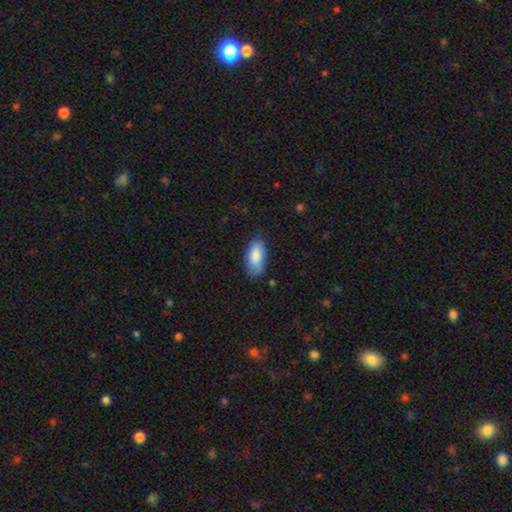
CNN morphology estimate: A smooth galaxy with no disk features (86%) that is in between round and cigar-shaped (89%). Merging: none (73%).